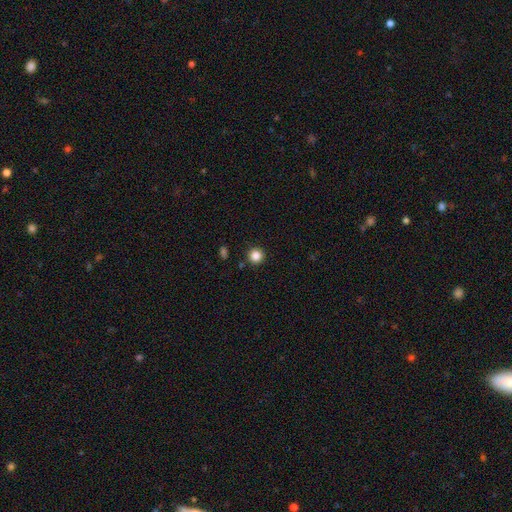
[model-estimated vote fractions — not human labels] A smooth galaxy with no disk features (85%) that is round (95%). Merging: none (91%).